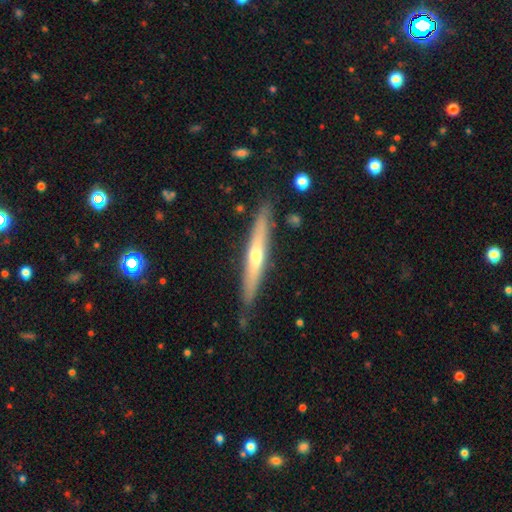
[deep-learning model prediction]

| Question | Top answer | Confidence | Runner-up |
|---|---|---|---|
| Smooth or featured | featured or disk | 60% | smooth (34%) |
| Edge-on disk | yes | 93% | no (7%) |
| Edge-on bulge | rounded | 76% | none (21%) |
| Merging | none | 85% | minor disturbance (11%) |